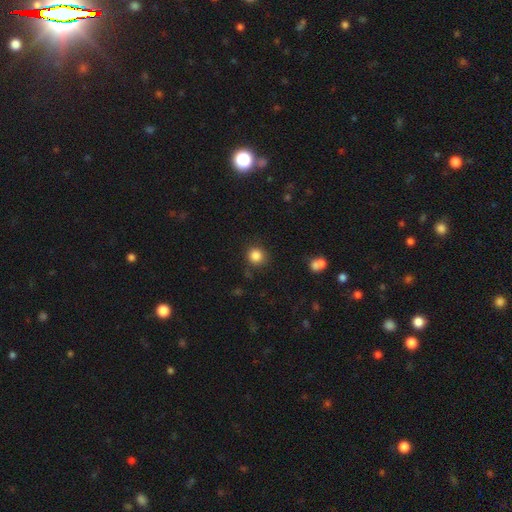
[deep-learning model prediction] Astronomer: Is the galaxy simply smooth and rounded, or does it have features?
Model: smooth — 85%.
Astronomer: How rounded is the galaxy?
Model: round — 91%.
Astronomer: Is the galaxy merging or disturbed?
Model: none — 86%.